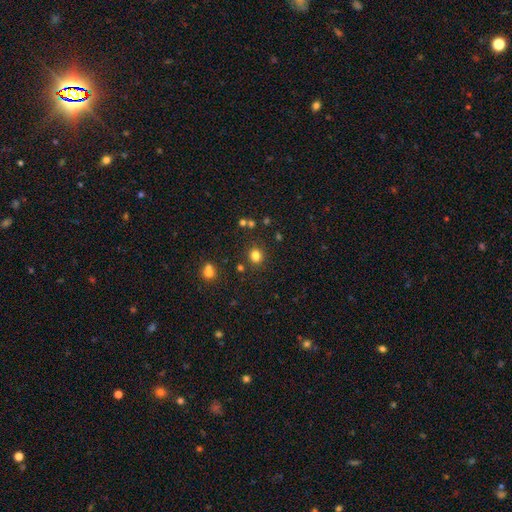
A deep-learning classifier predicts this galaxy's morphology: A smooth galaxy with no disk features (79%) that is round (84%). Merging: none (85%).